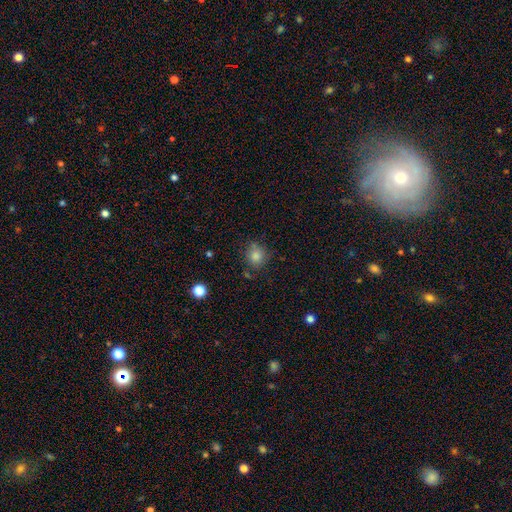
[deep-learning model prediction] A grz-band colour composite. It shows a smooth galaxy with no disk features (81%) that is round (83%). Merging: none (74%).